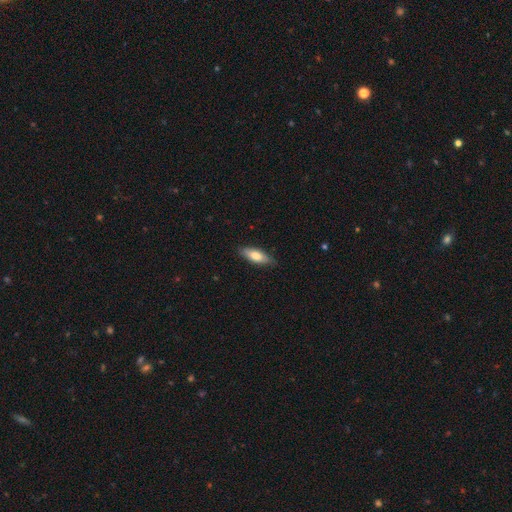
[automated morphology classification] This is likely a smooth galaxy (76%). How rounded: likely in between (68%). Merging: clearly none (81%).